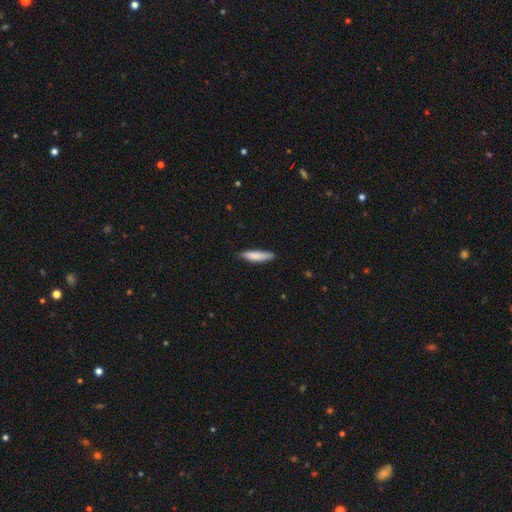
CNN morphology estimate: Smooth or featured?
  - smooth: 82% *
  - featured or disk: 12%
  - star or artifact: 5%
How rounded?
  - cigar-shaped: 82% *
  - in between: 17%
  - round: 1%
Merging?
  - none: 81% *
  - minor disturbance: 15%
  - major disturbance: 2%
  - merger: 1%